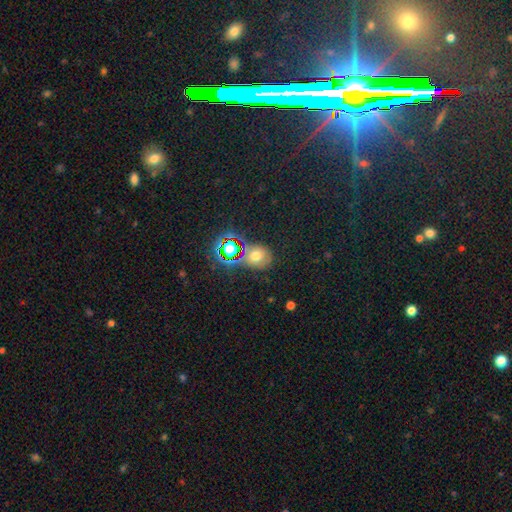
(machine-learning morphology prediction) Q: Smooth or featured?
A: smooth (57%); runner-up: star or artifact (29%)
Q: How rounded?
A: round (59%); runner-up: in between (39%)
Q: Merging?
A: none (66%); runner-up: minor disturbance (17%)